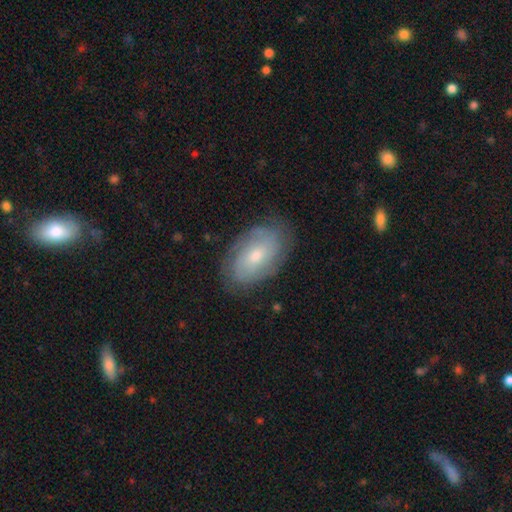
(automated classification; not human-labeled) featured or disk 62%, smooth 32%, star or artifact 7%. Down the decision tree: edge-on disk — no (95%); bar — no (59%); spiral arms — yes (84%); bulge size — moderate (59%); merging — none (77%).